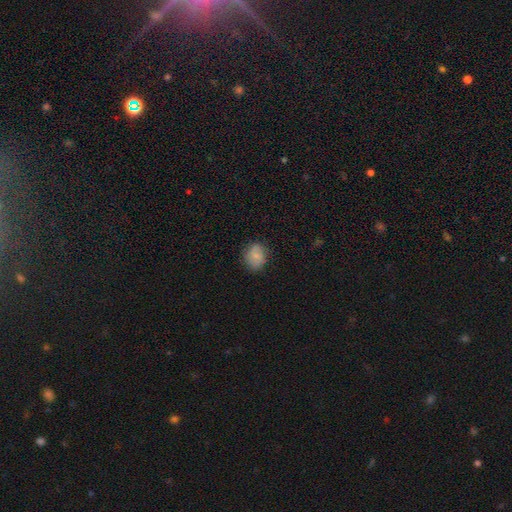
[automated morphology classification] smooth 74%, featured or disk 19%, star or artifact 8%. Down the decision tree: how rounded — round (53%); merging — none (79%).